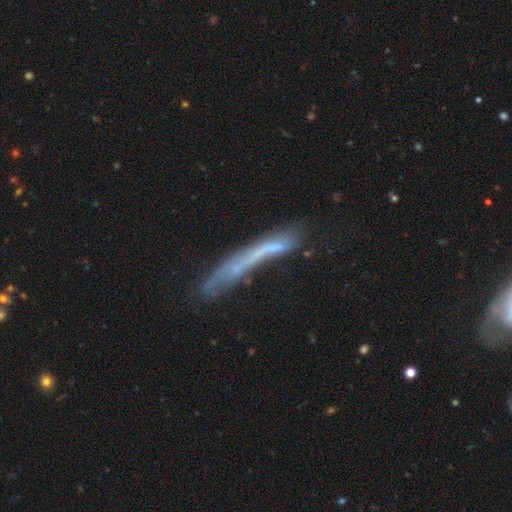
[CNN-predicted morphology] smooth_or_featured: featured or disk (p=0.46) [alt: smooth p=0.42]
merging: none (p=0.48) [alt: minor disturbance p=0.22]